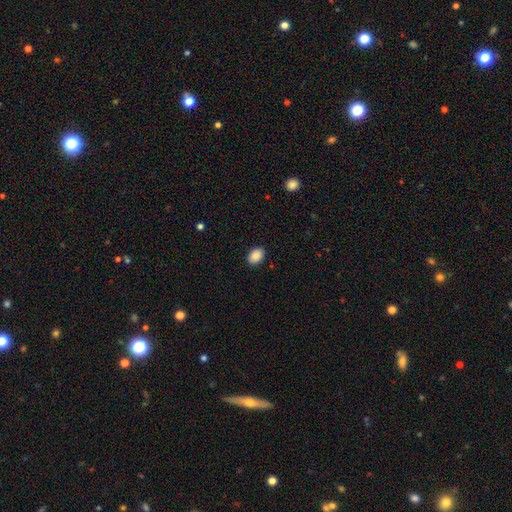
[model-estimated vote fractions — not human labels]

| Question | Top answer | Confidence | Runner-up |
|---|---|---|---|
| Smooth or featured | smooth | 89% | star or artifact (8%) |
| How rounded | in between | 77% | round (23%) |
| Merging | none | 89% | minor disturbance (8%) |